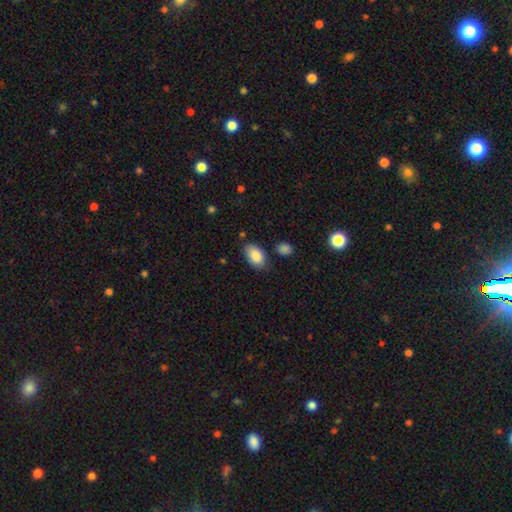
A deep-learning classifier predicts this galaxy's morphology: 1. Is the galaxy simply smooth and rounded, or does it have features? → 87% smooth, 7% star or artifact, 6% featured or disk.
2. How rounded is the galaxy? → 92% in between, 7% round, 1% cigar-shaped.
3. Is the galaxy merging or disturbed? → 75% none, 18% minor disturbance, 4% major disturbance, 4% merger.